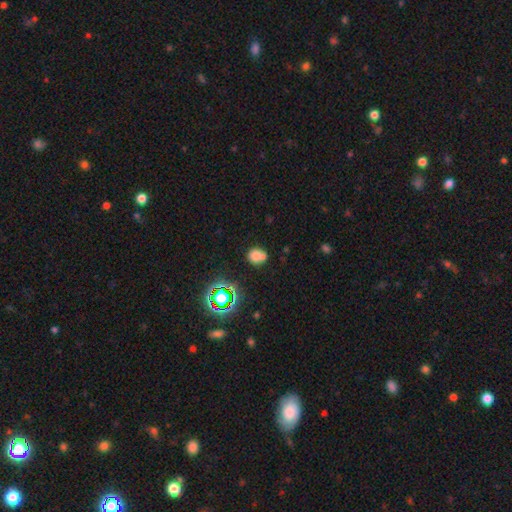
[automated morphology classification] Smooth or featured? smooth (72%)
How rounded? round (75%)
Merging? none (56%)